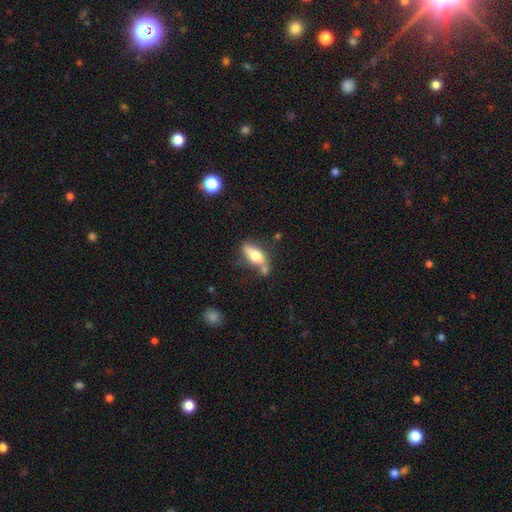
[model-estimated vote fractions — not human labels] Smooth or featured?
  - smooth: 58% *
  - featured or disk: 35%
  - star or artifact: 7%
How rounded?
  - in between: 67% *
  - cigar-shaped: 28%
  - round: 5%
Merging?
  - none: 53% *
  - minor disturbance: 21%
  - merger: 18%
  - major disturbance: 8%